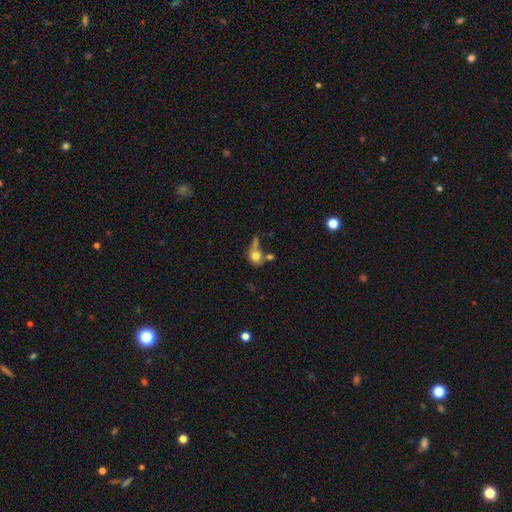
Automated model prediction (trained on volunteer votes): Smooth or featured: smooth — 74% (featured or disk — 15%)
How rounded: round — 72% (in between — 26%)
Merging: none — 35% (tied with merger — 35%)